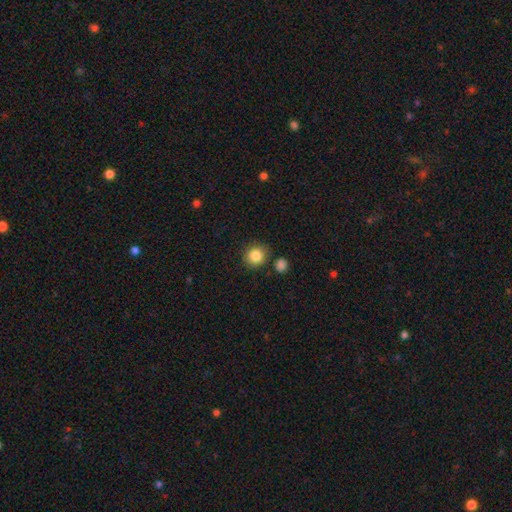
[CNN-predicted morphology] Overall: smooth (85%). How rounded: round (85%). Merging: none (82%).